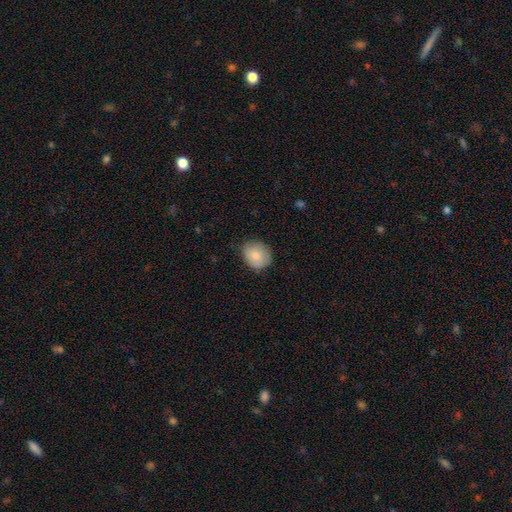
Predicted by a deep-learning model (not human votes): This appears to be a smooth galaxy with no disk features (83%) that is round (65%). Merging: none (76%).